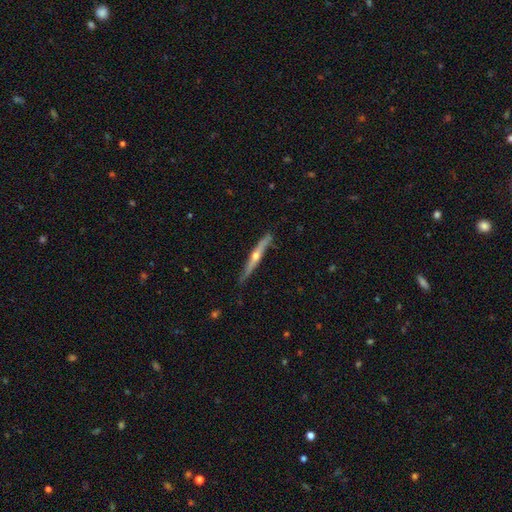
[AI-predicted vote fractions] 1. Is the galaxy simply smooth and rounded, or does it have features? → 72% featured or disk, 23% smooth, 5% star or artifact.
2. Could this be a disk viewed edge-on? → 96% yes, 4% no.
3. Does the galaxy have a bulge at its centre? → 87% rounded, 11% none, 3% boxy.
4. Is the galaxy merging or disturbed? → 82% none, 15% minor disturbance, 2% major disturbance, 2% merger.